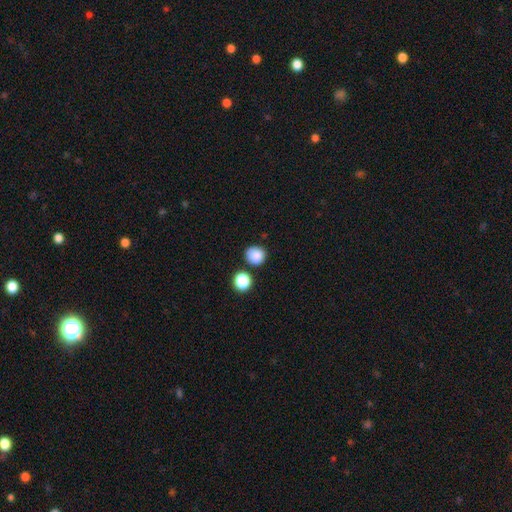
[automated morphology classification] The model was most divided on "merging": none: 78%, minor disturbance: 11%, merger: 9%, major disturbance: 3%. More confident: how rounded — round (86%); smooth or featured — smooth (85%).